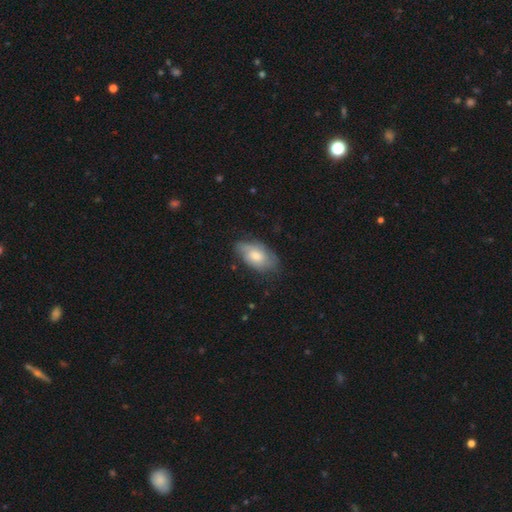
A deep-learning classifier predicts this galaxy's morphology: The model was most divided on "smooth or featured": smooth: 61%, featured or disk: 32%, star or artifact: 6%. More confident: how rounded — in between (92%); merging — none (62%).